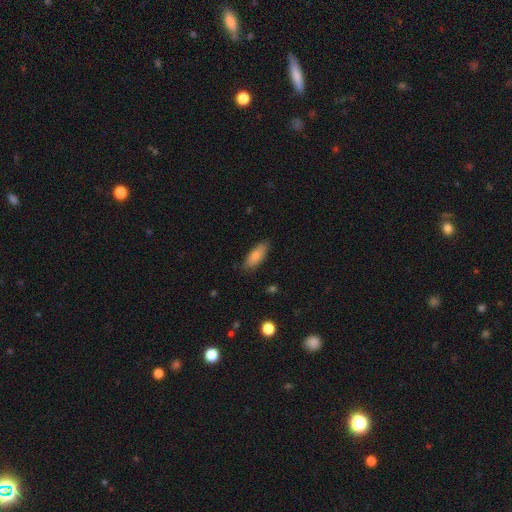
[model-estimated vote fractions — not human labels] smooth_or_featured: smooth (p=0.81) [alt: featured or disk p=0.12]
how_rounded: in between (p=0.73) [alt: cigar-shaped p=0.24]
merging: none (p=0.83) [alt: minor disturbance p=0.14]